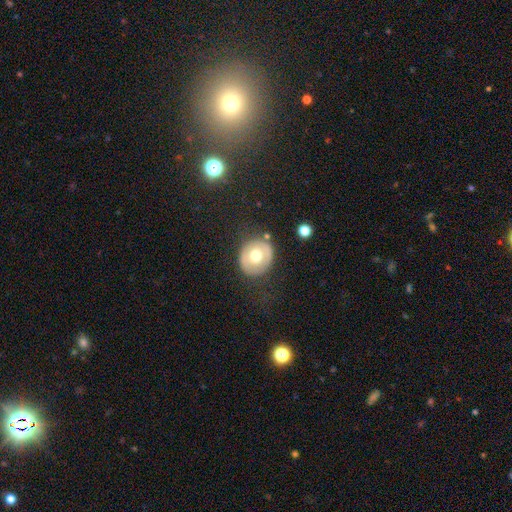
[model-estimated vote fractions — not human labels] Morphology: type=smooth (55%); roundness=round (76%); merging=none (79%).